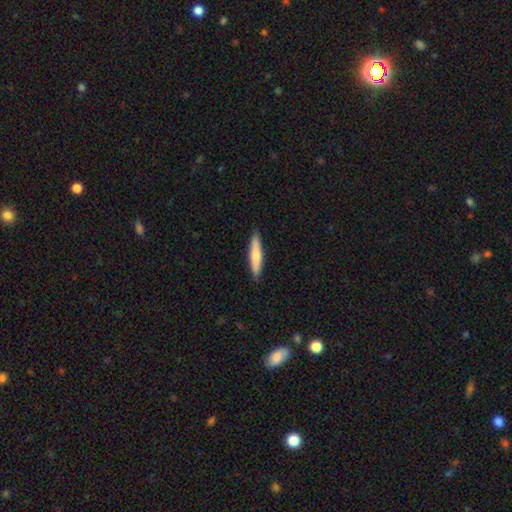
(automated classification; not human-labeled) smooth-or-featured: smooth: 68% | featured or disk: 27% | star or artifact: 5%
  how-rounded: cigar-shaped: 88% | in between: 10% | round: 1%
  merging: none: 90% | minor disturbance: 7% | major disturbance: 1% | merger: 1%